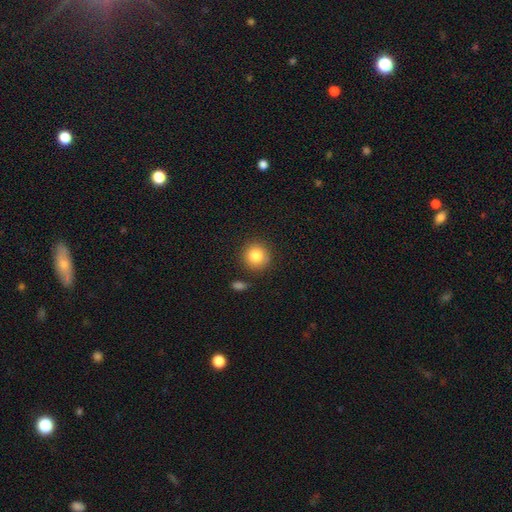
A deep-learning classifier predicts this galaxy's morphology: Smooth or featured?
  - smooth: 83% *
  - star or artifact: 10%
  - featured or disk: 7%
How rounded?
  - round: 91% *
  - in between: 8%
  - cigar-shaped: 1%
Merging?
  - none: 85% *
  - minor disturbance: 9%
  - merger: 4%
  - major disturbance: 3%